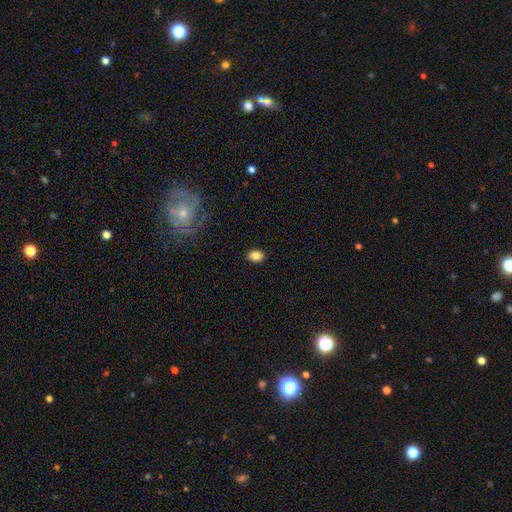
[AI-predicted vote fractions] smooth 84%, star or artifact 10%, featured or disk 6%. Down the decision tree: how rounded — in between (60%); merging — none (89%).